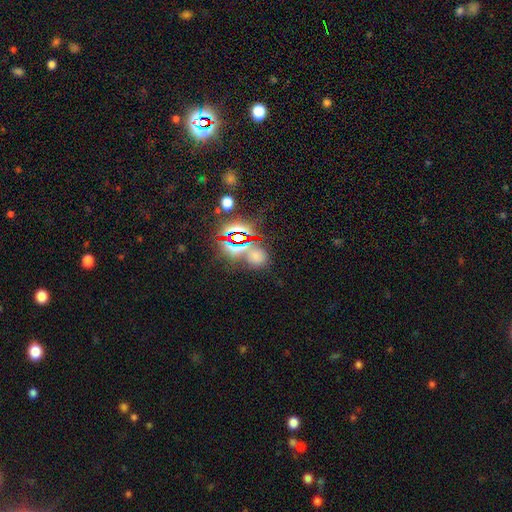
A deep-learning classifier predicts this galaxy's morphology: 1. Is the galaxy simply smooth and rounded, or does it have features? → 49% star or artifact, 43% smooth, 8% featured or disk.